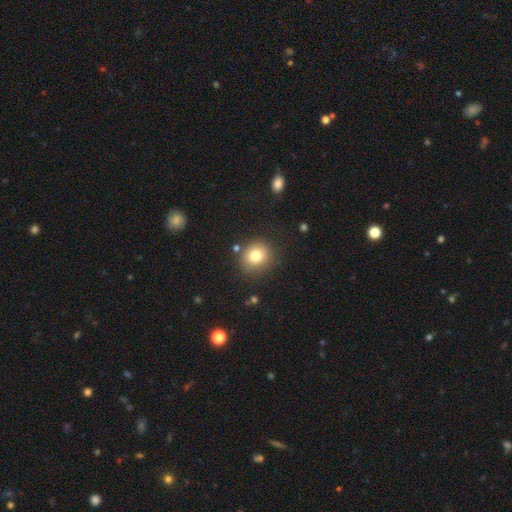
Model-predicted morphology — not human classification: Q: Smooth or featured?
A: smooth (79%); runner-up: star or artifact (12%)
Q: How rounded?
A: round (84%); runner-up: in between (15%)
Q: Merging?
A: none (82%); runner-up: minor disturbance (10%)